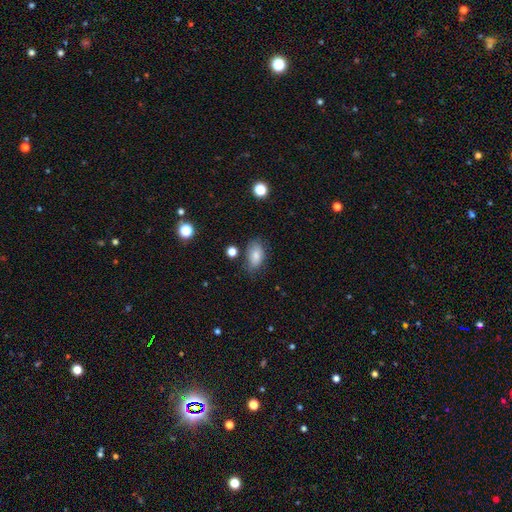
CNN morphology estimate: This is likely a smooth galaxy (80%). How rounded: clearly in between (90%). Merging: likely none (66%).